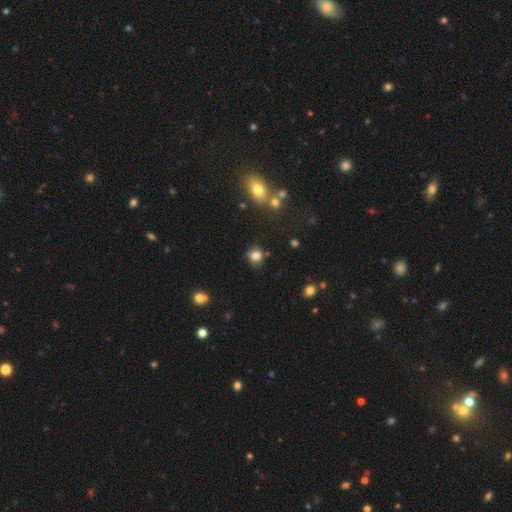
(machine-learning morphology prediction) This appears to be a smooth galaxy with no disk features (79%) that is round (74%). Merging: none (64%).